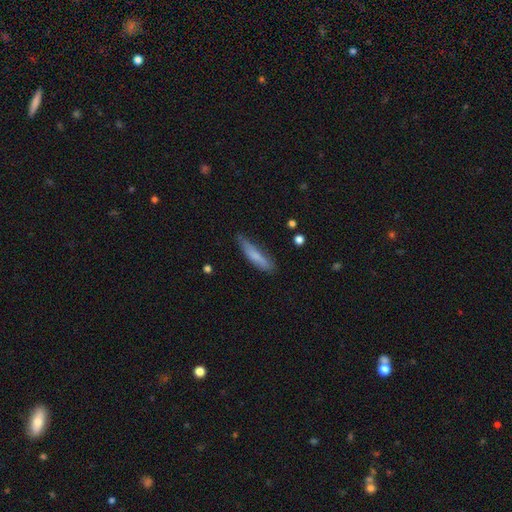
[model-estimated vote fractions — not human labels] Smooth or featured? Predicted: smooth (p=0.74). How rounded? Predicted: cigar-shaped (p=0.84). Merging? Predicted: none (p=0.67).